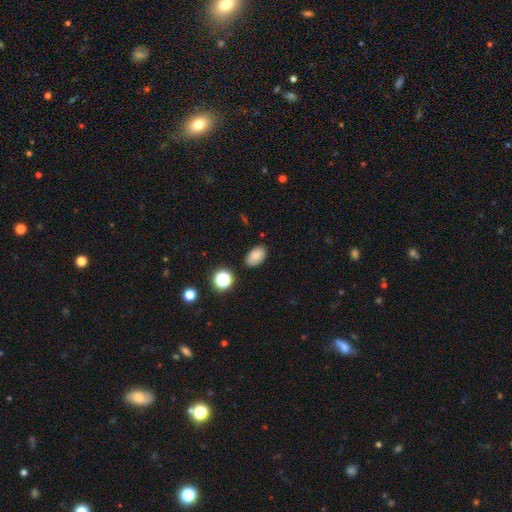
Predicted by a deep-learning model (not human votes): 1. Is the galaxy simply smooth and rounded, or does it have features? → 82% smooth, 11% star or artifact, 7% featured or disk.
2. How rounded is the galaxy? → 89% in between, 9% round, 1% cigar-shaped.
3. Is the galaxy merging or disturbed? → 83% none, 12% minor disturbance, 3% major disturbance, 2% merger.